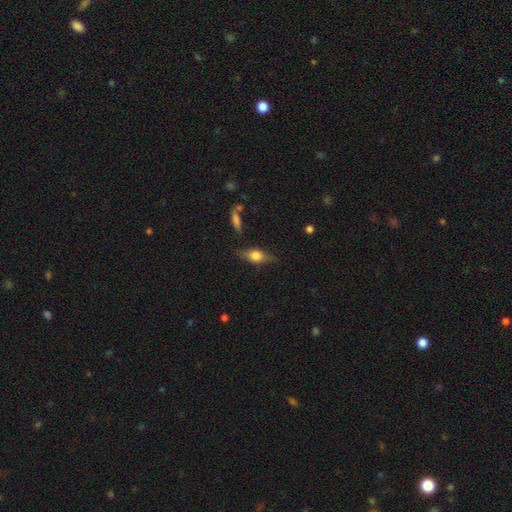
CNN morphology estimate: This appears to be a featured or disk galaxy (46%, tied with smooth). Merging: none (76%).